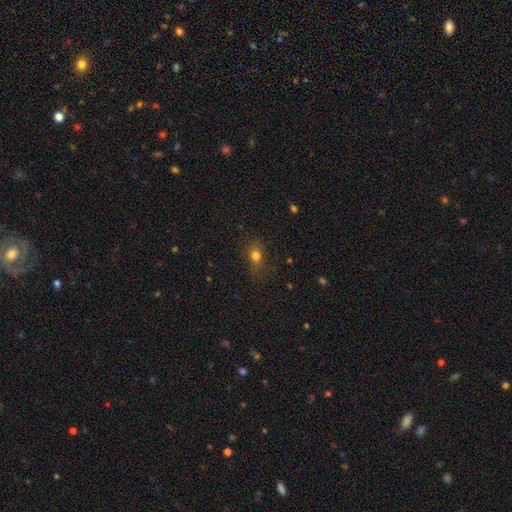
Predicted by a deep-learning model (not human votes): Smooth or featured: smooth — 75% (star or artifact — 15%)
How rounded: in between — 59% (round — 37%)
Merging: none — 70% (minor disturbance — 20%)